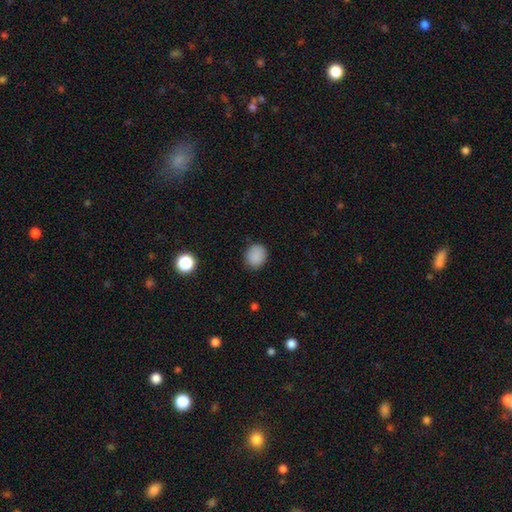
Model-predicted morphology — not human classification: smooth 86%, star or artifact 10%, featured or disk 3%. Down the decision tree: how rounded — round (76%); merging — none (85%).